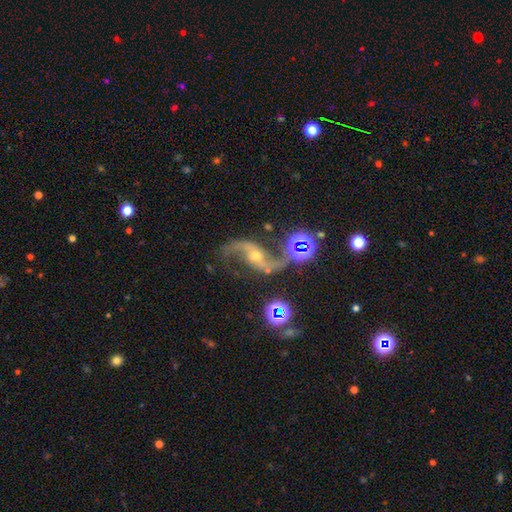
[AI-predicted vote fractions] Smooth or featured? featured or disk (88%)
Edge-on disk? no (96%)
Bar? no (49%)
Spiral arms? yes (97%)
Spiral winding? loose (81%)
Spiral arm count? 2 (94%)
Bulge size? small (48%)
Merging? none (68%)